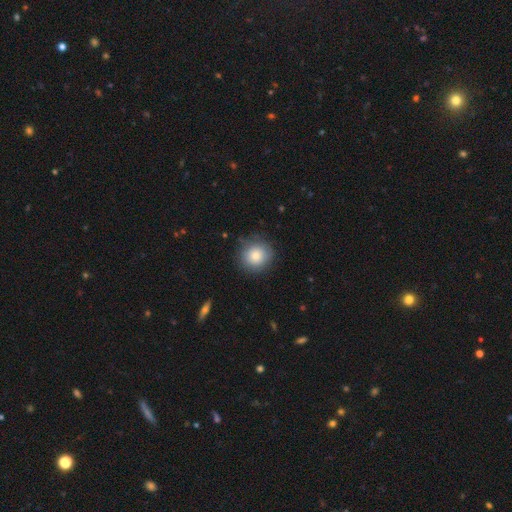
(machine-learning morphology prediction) Smooth or featured? smooth (81%)
How rounded? round (92%)
Merging? none (85%)